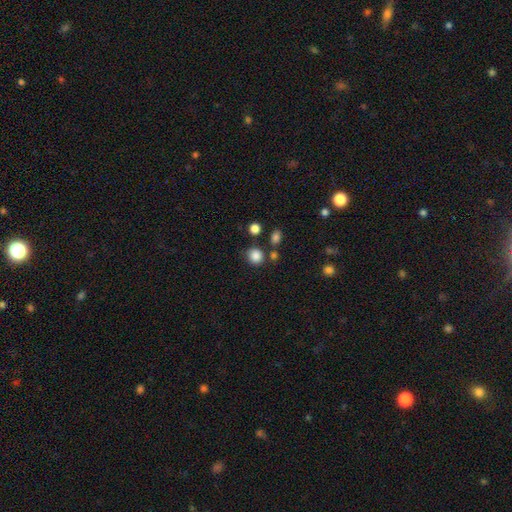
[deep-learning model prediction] Smooth or featured? smooth (85%)
How rounded? round (86%)
Merging? none (78%)